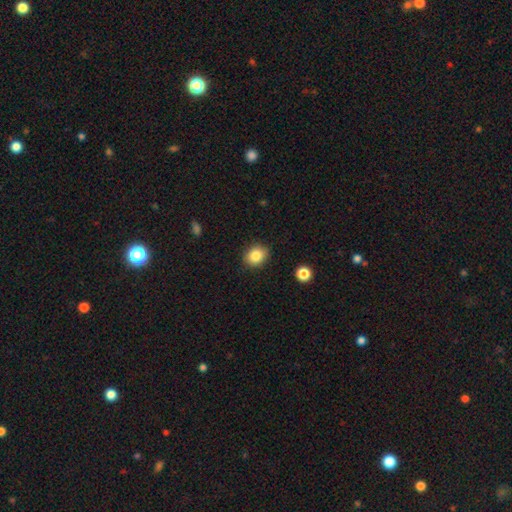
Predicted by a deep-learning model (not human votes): The model was most divided on "how rounded": round: 56%, in between: 43%, cigar-shaped: 1%. More confident: merging — none (87%); smooth or featured — smooth (84%).